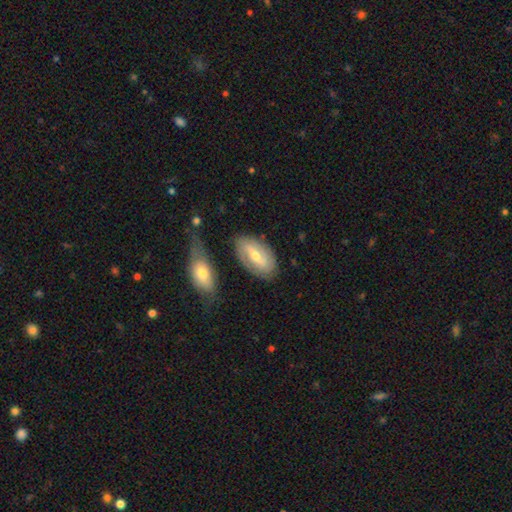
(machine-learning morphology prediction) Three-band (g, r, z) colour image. It shows a featured or disk galaxy (62%) with a weak bar (42%), spiral arms (74%) and a moderate central bulge (55%). Merging: none (75%).